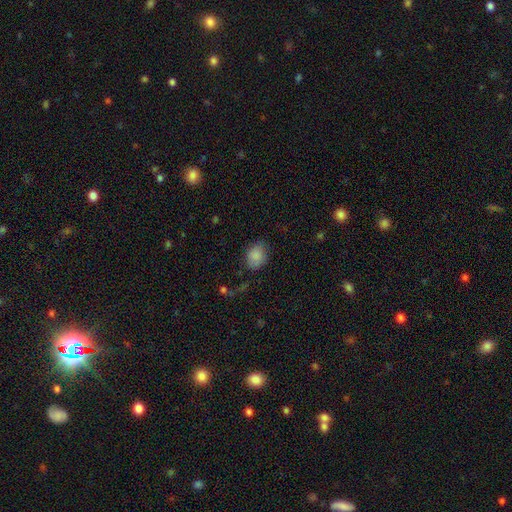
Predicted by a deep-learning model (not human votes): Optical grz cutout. It shows a smooth galaxy with no disk features (85%) that is in between round and cigar-shaped (60%). Merging: none (73%).